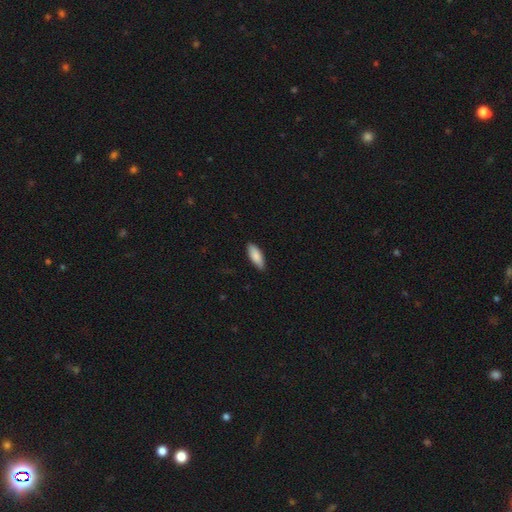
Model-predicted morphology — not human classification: Smooth or featured: smooth — 86% (featured or disk — 8%)
How rounded: in between — 73% (cigar-shaped — 25%)
Merging: none — 86% (minor disturbance — 11%)